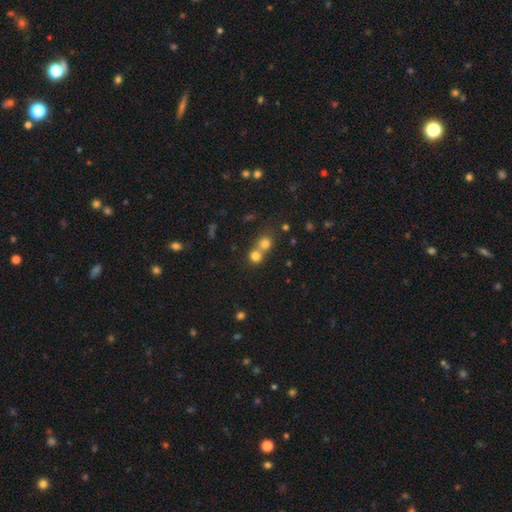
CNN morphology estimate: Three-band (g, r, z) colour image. It shows a smooth galaxy with no disk features (75%) that is round (86%). Merging: merger (52%).